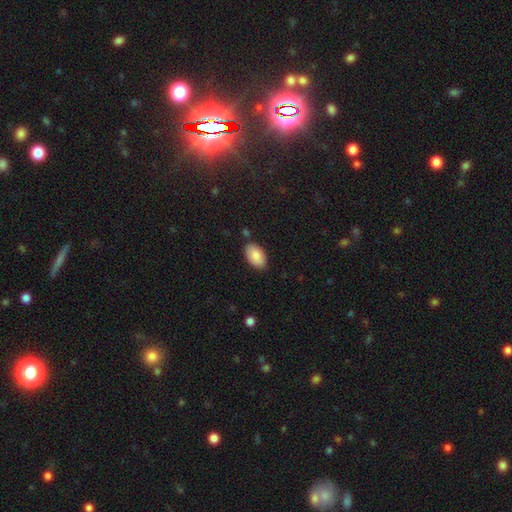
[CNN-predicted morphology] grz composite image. It shows a smooth galaxy with no disk features (87%) that is in between round and cigar-shaped (94%). Merging: none (83%).